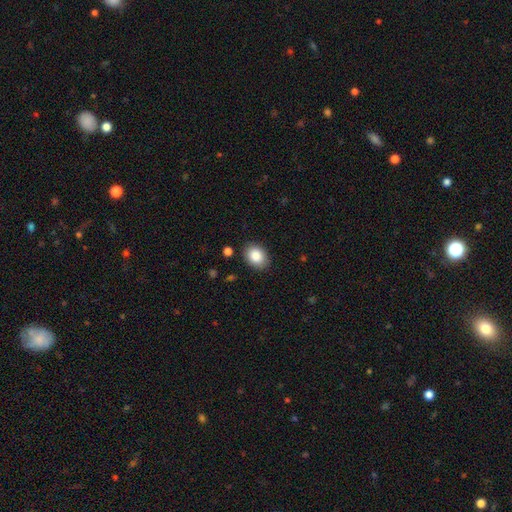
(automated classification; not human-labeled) Overall: smooth (86%). How rounded: in between (64%; round 35%). Merging: none (86%).